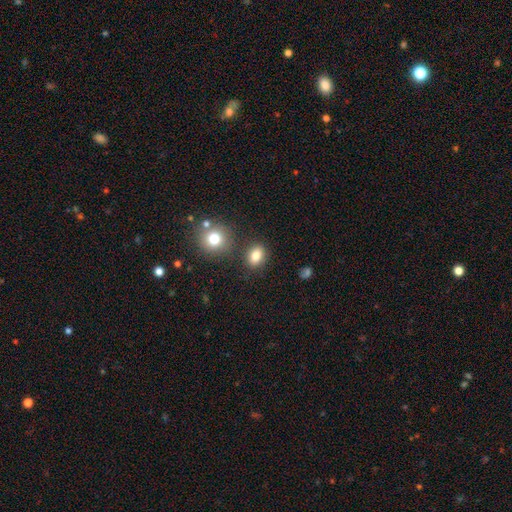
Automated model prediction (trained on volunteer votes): smooth-or-featured: smooth: 82% | star or artifact: 11% | featured or disk: 7%
  how-rounded: in between: 62% | round: 37% | cigar-shaped: 1%
  merging: none: 80% | minor disturbance: 10% | merger: 7% | major disturbance: 3%